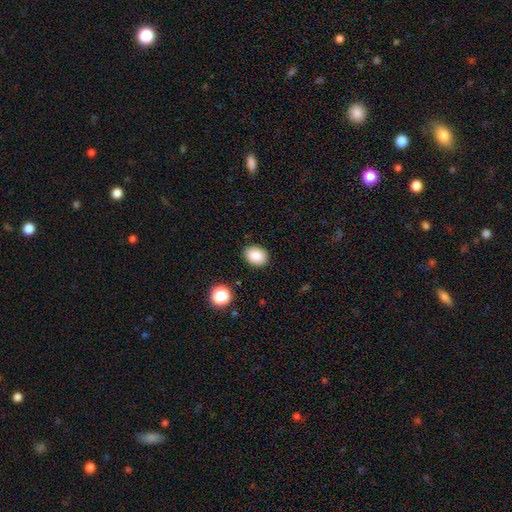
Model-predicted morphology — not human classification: Smooth or featured? smooth (85%)
How rounded? in between (65%)
Merging? none (88%)